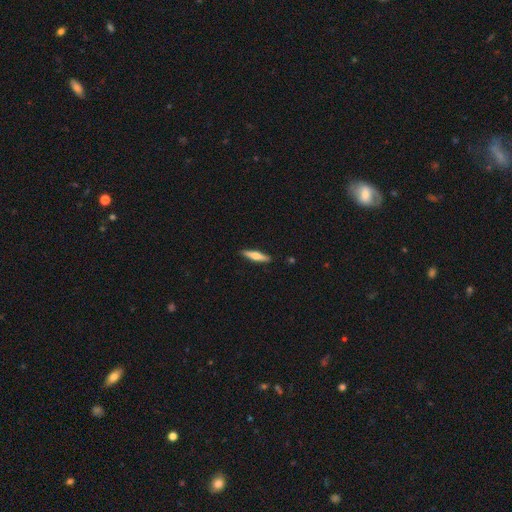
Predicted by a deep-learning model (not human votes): The model was most divided on "smooth or featured": smooth: 52%, featured or disk: 42%, star or artifact: 5%. More confident: merging — none (90%); how rounded — cigar-shaped (81%).